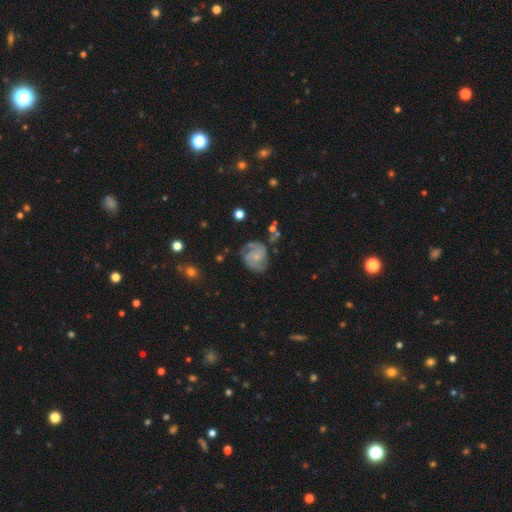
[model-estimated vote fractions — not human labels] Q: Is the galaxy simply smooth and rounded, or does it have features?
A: featured or disk — 74%.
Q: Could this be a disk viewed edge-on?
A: no — 98%.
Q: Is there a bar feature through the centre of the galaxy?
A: no — 64%.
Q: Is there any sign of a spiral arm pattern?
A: yes — 92%.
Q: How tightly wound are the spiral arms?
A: medium — 46%.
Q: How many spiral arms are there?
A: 2 — 52%.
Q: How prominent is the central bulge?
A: small — 63%.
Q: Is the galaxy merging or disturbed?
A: none — 60%.